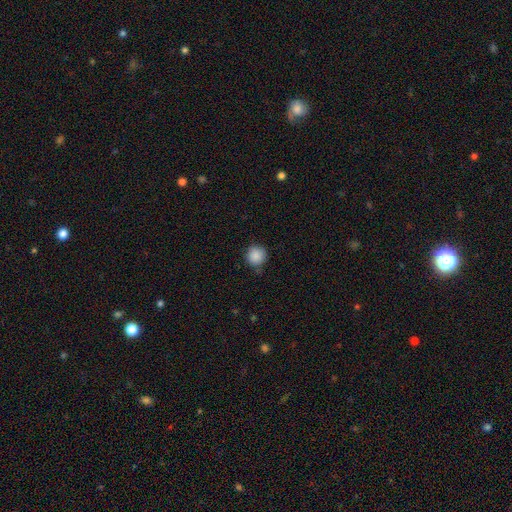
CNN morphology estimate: A smooth galaxy with no disk features (87%) that is round (93%).

Vote fractions:
- Smooth or featured? smooth: 87% / star or artifact: 9% / featured or disk: 4%
- How rounded? round: 93% / in between: 6% / cigar-shaped: 1%
- Merging? none: 82% / minor disturbance: 14% / major disturbance: 3% / merger: 2%